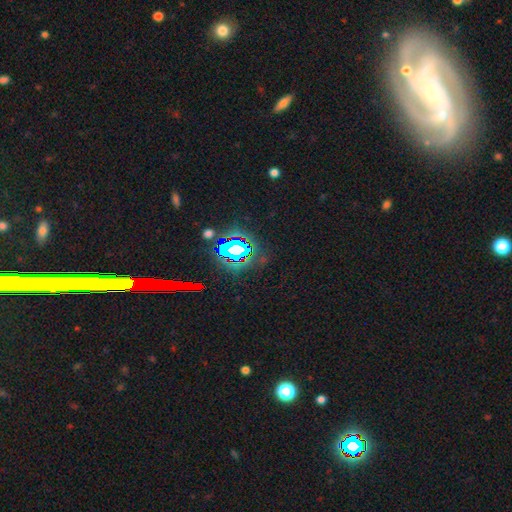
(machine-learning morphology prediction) This appears to be a star or artifact, not a galaxy (64%).